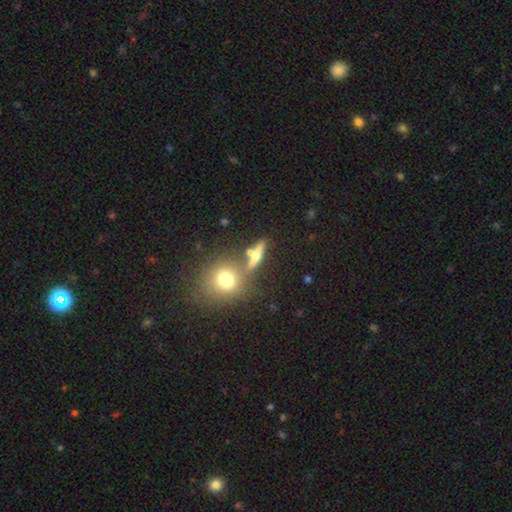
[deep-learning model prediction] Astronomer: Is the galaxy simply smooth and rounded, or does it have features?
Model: smooth — 45% (runner-up: featured or disk, 40%).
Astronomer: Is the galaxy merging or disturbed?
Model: none — 68%.